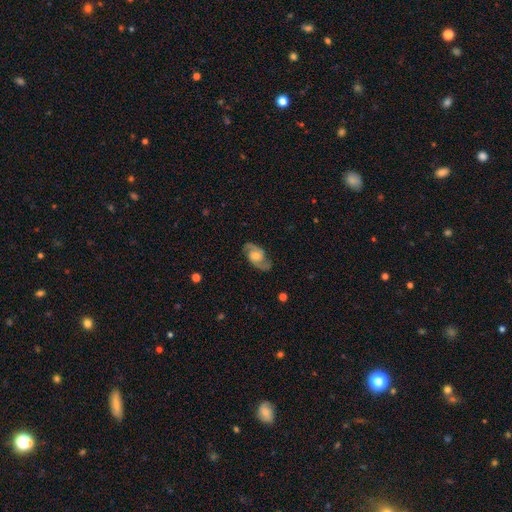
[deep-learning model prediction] Smooth or featured: featured or disk — 83% (smooth — 11%)
Edge-on disk: no — 96% (yes — 4%)
Bar: no — 63% (weak — 31%)
Spiral arms: yes — 95% (no — 5%)
Spiral winding: medium — 54% (loose — 23%)
Spiral arm count: 2 — 92% (can't tell — 3%)
Bulge size: moderate — 62% (small — 27%)
Merging: none — 82% (minor disturbance — 12%)